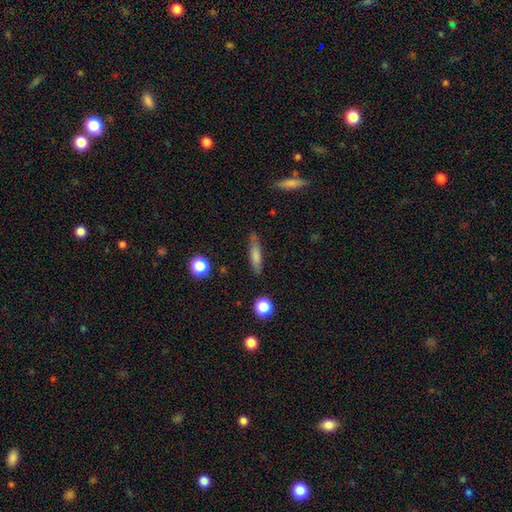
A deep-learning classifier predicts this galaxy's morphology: smooth-or-featured: smooth: 73% | featured or disk: 18% | star or artifact: 8%
  how-rounded: cigar-shaped: 75% | in between: 22% | round: 3%
  merging: none: 76% | minor disturbance: 17% | major disturbance: 4% | merger: 3%